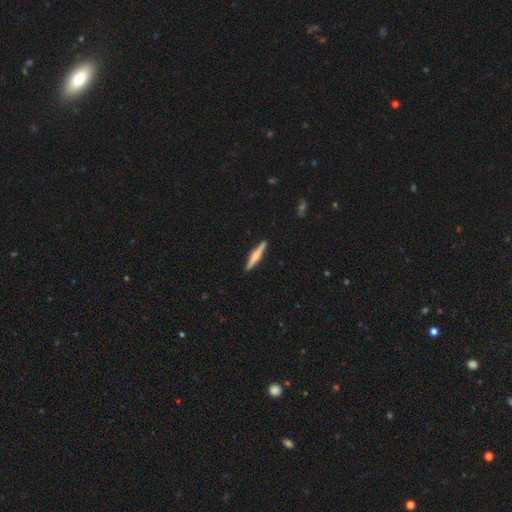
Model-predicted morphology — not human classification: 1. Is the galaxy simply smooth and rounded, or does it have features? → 51% featured or disk, 44% smooth, 5% star or artifact.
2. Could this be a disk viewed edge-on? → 98% yes, 2% no.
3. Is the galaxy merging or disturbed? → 91% none, 7% minor disturbance, 1% major disturbance, 1% merger.